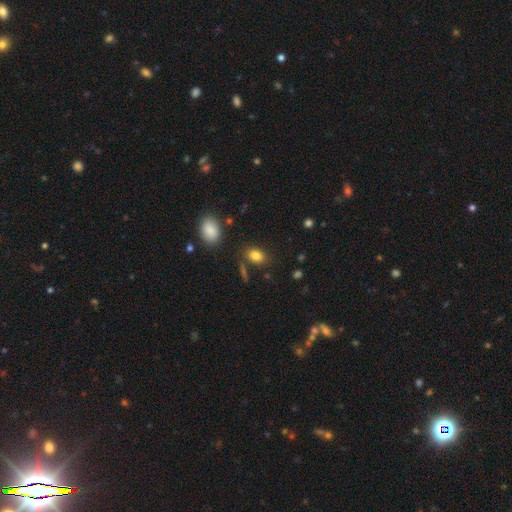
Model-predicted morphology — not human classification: This appears to be a smooth galaxy with no disk features (83%) that is in between round and cigar-shaped (77%). Merging: none (79%).